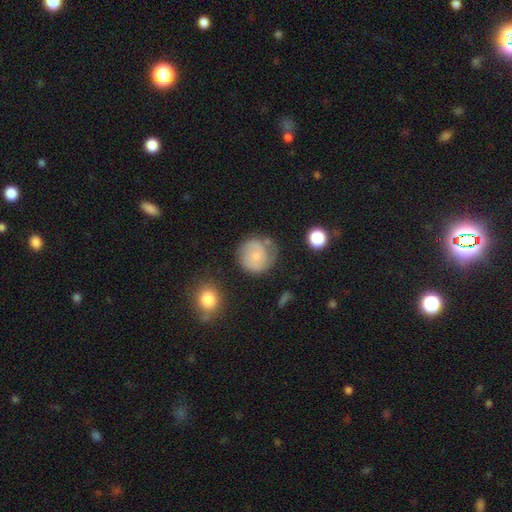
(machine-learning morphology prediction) Smooth or featured? smooth (52%)
How rounded? round (89%)
Merging? none (64%)